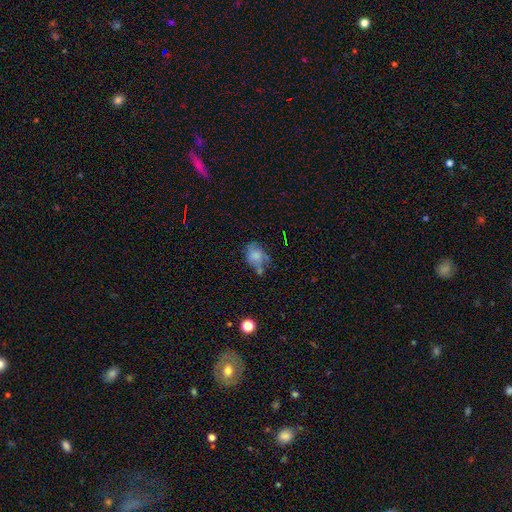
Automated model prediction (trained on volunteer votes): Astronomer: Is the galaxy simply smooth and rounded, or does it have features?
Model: smooth — 62%.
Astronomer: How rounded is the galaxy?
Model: in between — 74%.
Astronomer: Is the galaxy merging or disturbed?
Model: none — 38% (runner-up: minor disturbance, 28%).